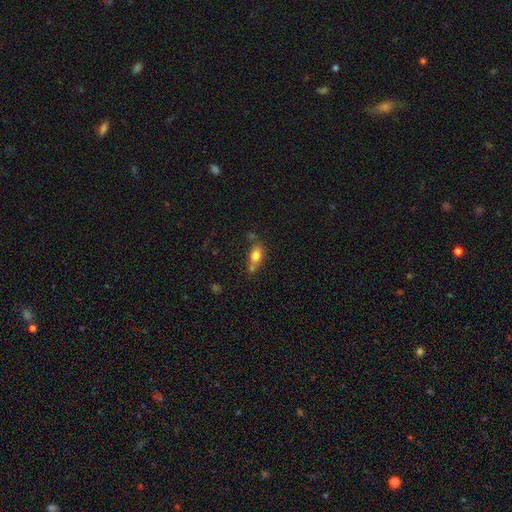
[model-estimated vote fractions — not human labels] Overall: smooth (77%). How rounded: in between (79%). Merging: none (50%; merger 22%).